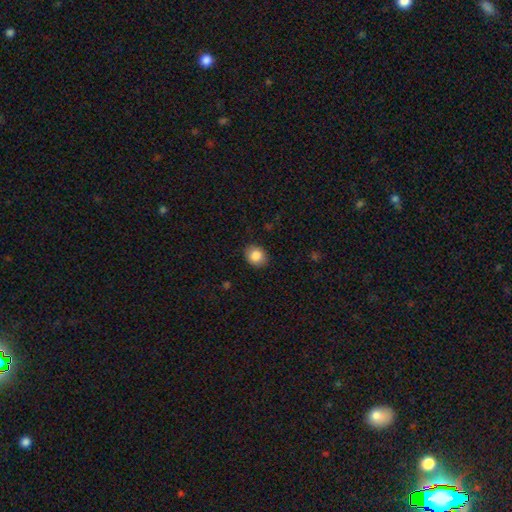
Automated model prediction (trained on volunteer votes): A smooth galaxy with no disk features (86%) that is round (60%).

Vote fractions:
- Smooth or featured? smooth: 86% / star or artifact: 9% / featured or disk: 5%
- How rounded? round: 60% / in between: 40% / cigar-shaped: 1%
- Merging? none: 88% / minor disturbance: 9% / major disturbance: 2% / merger: 1%